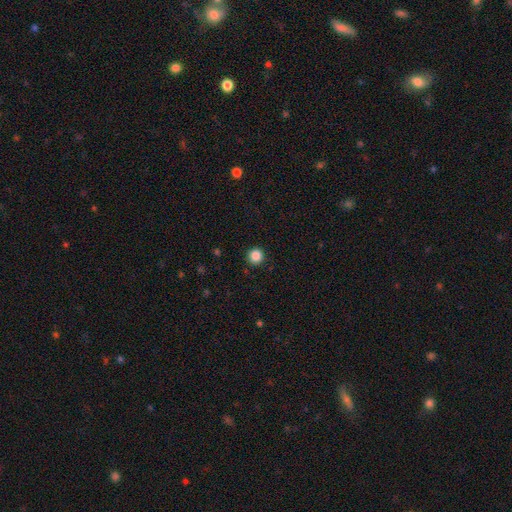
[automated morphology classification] This is clearly a smooth galaxy (87%). How rounded: clearly round (95%). Merging: clearly none (92%).